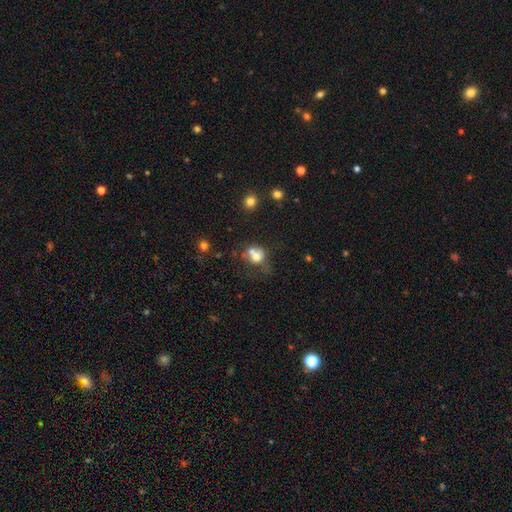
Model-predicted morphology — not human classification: Smooth or featured: smooth — 65% (featured or disk — 21%)
How rounded: round — 67% (in between — 32%)
Merging: merger — 52% (none — 27%)